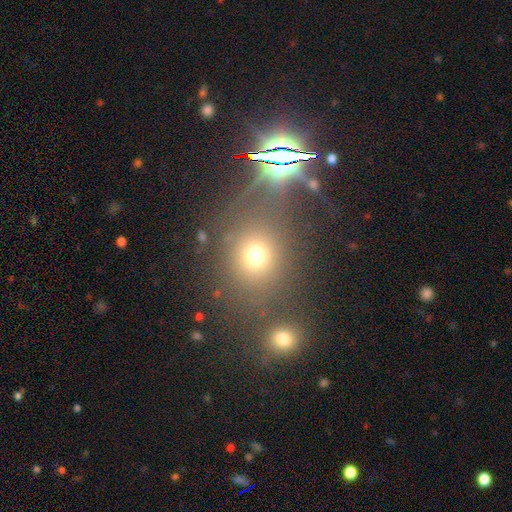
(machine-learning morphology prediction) The model was most divided on "smooth or featured": smooth: 65%, star or artifact: 25%, featured or disk: 10%. More confident: merging — none (72%); how rounded — round (71%).